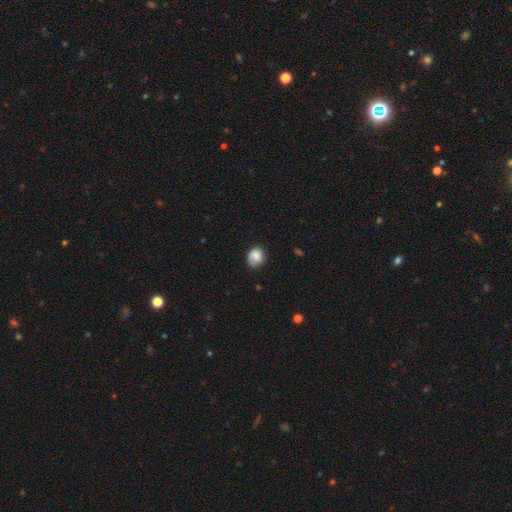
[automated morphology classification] Smooth or featured? smooth (78%)
How rounded? round (63%)
Merging? none (65%)